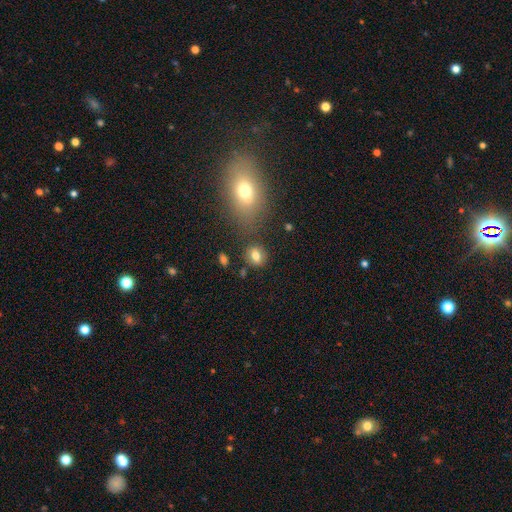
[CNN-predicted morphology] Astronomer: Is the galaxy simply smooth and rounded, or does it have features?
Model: smooth — 76%.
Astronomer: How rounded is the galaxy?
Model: round — 57% (runner-up: in between, 42%).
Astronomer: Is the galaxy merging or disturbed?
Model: none — 78%.